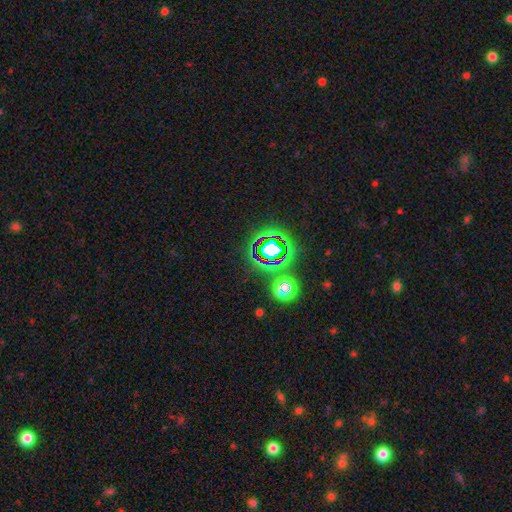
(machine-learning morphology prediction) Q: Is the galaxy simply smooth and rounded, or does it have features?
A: star or artifact — 69%.